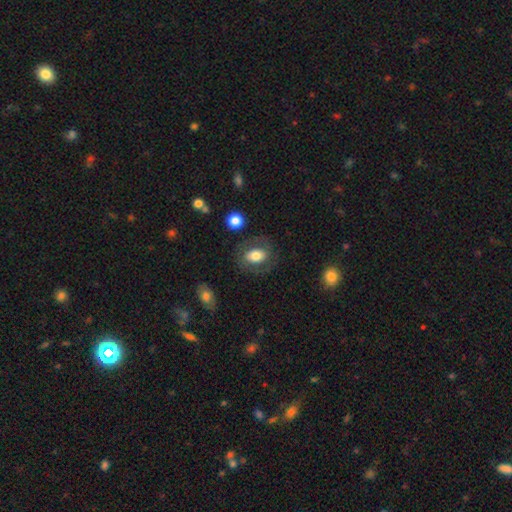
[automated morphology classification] Smooth or featured? smooth (59%)
How rounded? in between (69%)
Merging? none (75%)